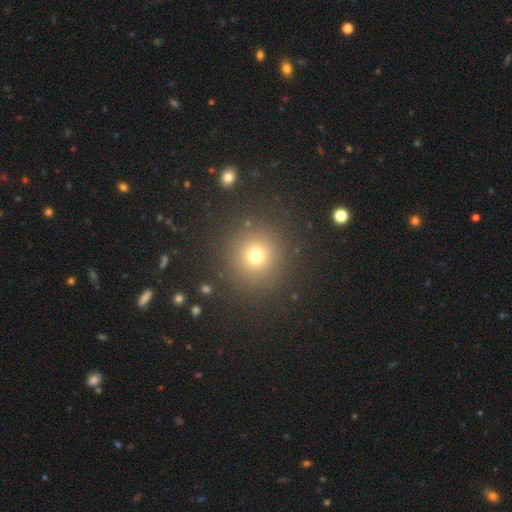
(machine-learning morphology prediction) smooth-or-featured: smooth: 72% | star or artifact: 20% | featured or disk: 8%
  how-rounded: round: 93% | in between: 6% | cigar-shaped: 1%
  merging: none: 89% | minor disturbance: 6% | major disturbance: 3% | merger: 2%